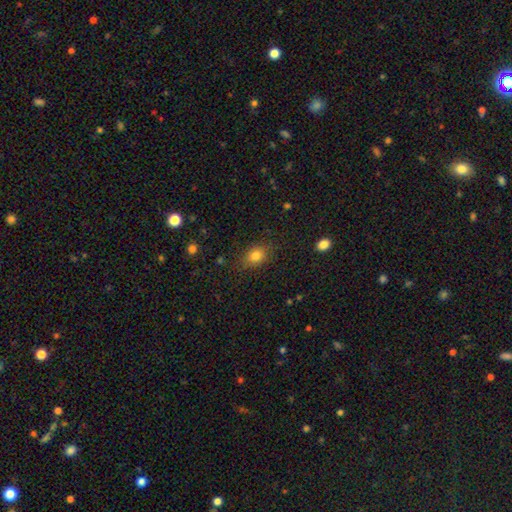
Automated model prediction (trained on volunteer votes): Smooth or featured?
  - smooth: 82% *
  - star or artifact: 11%
  - featured or disk: 7%
How rounded?
  - in between: 61% *
  - round: 37%
  - cigar-shaped: 1%
Merging?
  - none: 80% *
  - minor disturbance: 15%
  - major disturbance: 4%
  - merger: 1%